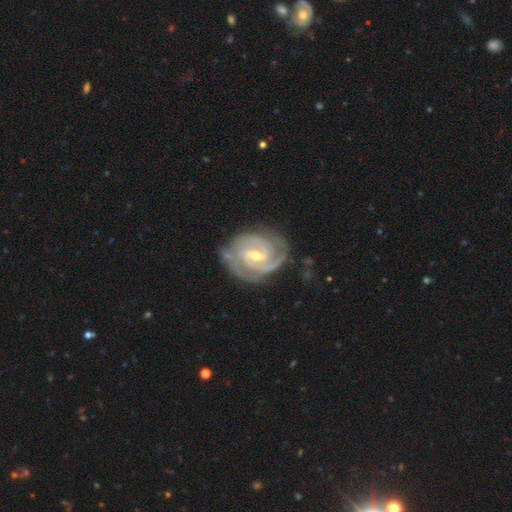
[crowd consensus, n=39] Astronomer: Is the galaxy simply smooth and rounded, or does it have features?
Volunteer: featured or disk — 87%.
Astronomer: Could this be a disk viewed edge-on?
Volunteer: no — 100%.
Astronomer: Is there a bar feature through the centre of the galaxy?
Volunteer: weak — 59%.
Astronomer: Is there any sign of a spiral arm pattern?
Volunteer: yes — 97%.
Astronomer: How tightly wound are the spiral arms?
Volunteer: tight — 61%.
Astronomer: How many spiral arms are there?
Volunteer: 3 — 39% (runner-up: 2, 36%).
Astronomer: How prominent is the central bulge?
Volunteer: small — 62%.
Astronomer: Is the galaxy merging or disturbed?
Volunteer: none — 82%.